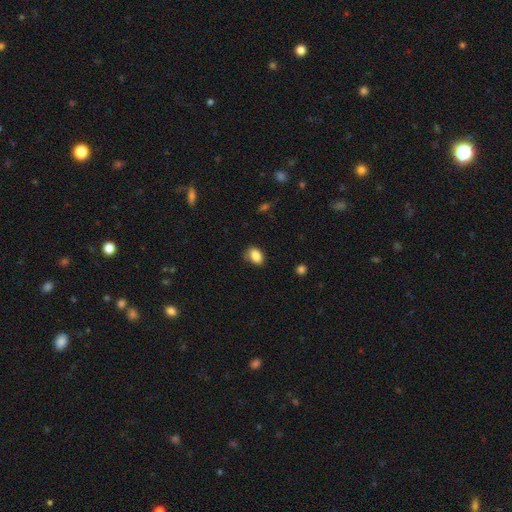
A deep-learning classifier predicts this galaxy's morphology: smooth-or-featured: smooth: 86% | star or artifact: 9% | featured or disk: 5%
  how-rounded: in between: 78% | round: 21% | cigar-shaped: 1%
  merging: none: 70% | minor disturbance: 24% | major disturbance: 5% | merger: 2%